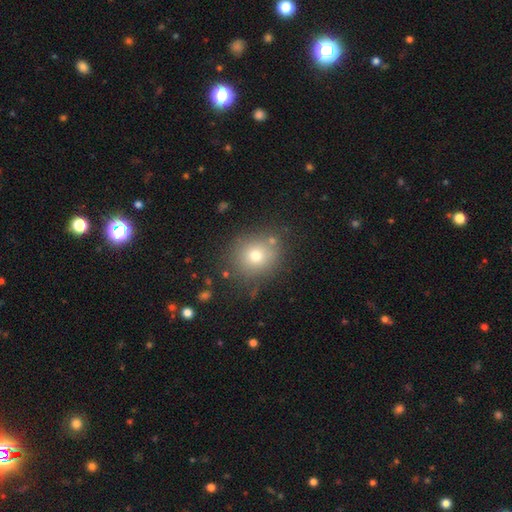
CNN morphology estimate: Smooth or featured?
  - smooth: 72% *
  - star or artifact: 15%
  - featured or disk: 13%
How rounded?
  - round: 82% *
  - in between: 17%
  - cigar-shaped: 1%
Merging?
  - none: 78% *
  - minor disturbance: 12%
  - merger: 5%
  - major disturbance: 5%